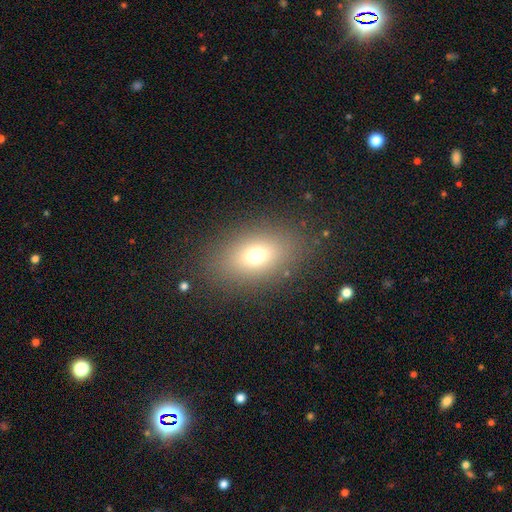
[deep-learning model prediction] A smooth galaxy with no disk features (70%) that is in between round and cigar-shaped (78%). Merging: none (84%).